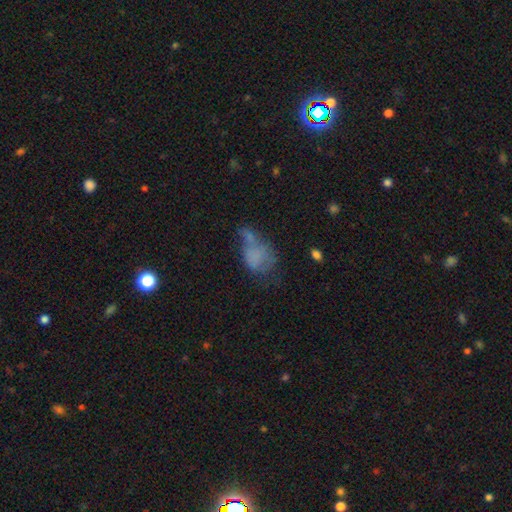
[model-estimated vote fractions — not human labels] The model was most divided on "merging": major disturbance: 35%, merger: 23%, minor disturbance: 21%, none: 21%. More confident: how rounded — in between (70%); smooth or featured — smooth (60%).